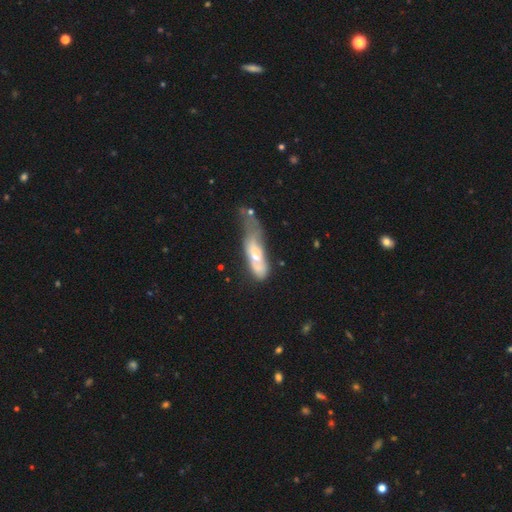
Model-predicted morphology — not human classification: smooth 49%, featured or disk 44%, star or artifact 7%. Down the decision tree: merging — major disturbance (40%).